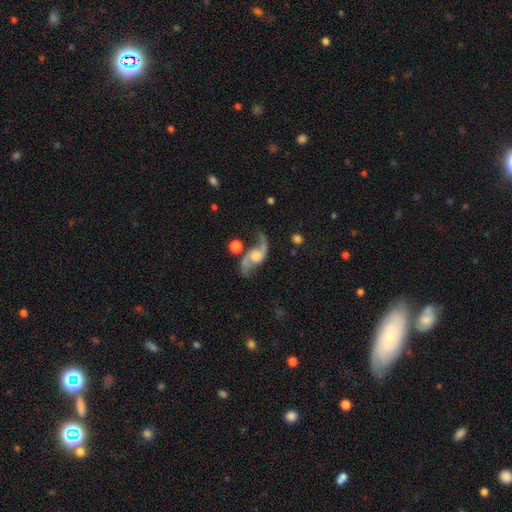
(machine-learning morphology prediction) Smooth or featured: featured or disk — 87% (smooth — 7%)
Edge-on disk: no — 95% (yes — 5%)
Bar: no — 66% (weak — 28%)
Spiral arms: yes — 96% (no — 4%)
Spiral winding: loose — 77% (medium — 19%)
Spiral arm count: 2 — 92% (1 — 3%)
Bulge size: moderate — 53% (small — 23%)
Merging: none — 60% (minor disturbance — 17%)